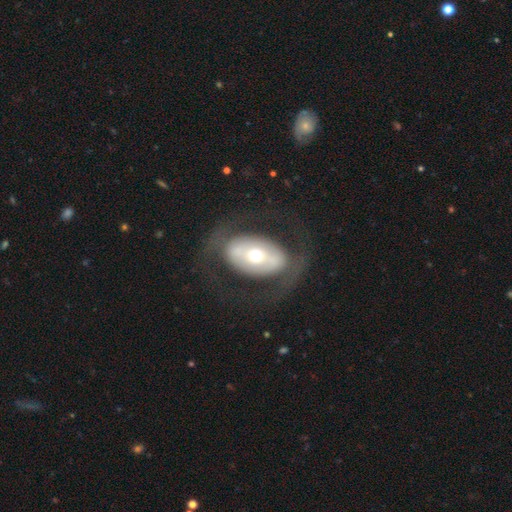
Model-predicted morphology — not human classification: The model was most divided on "spiral arms": no: 64%, yes: 36%. More confident: edge-on disk — no (91%); merging — none (68%); bulge size — moderate (67%); smooth or featured — featured or disk (61%); bar — no (57%).